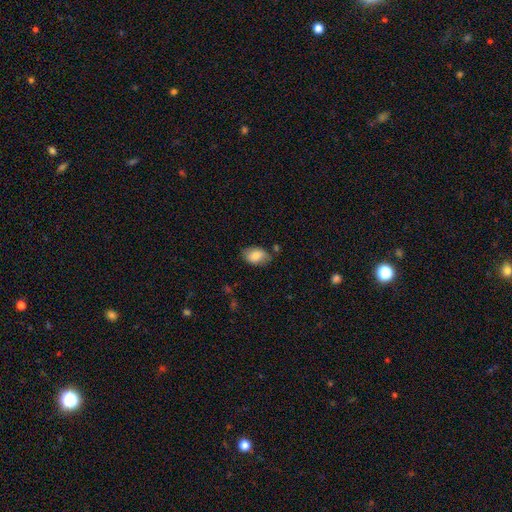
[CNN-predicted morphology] Smooth or featured? smooth (82%)
How rounded? in between (89%)
Merging? none (71%)